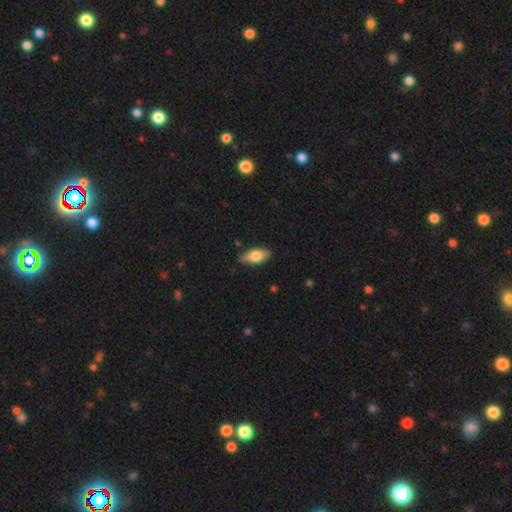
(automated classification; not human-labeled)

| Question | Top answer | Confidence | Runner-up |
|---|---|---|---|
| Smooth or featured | smooth | 75% | featured or disk (19%) |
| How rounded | in between | 89% | cigar-shaped (9%) |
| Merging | none | 82% | minor disturbance (15%) |